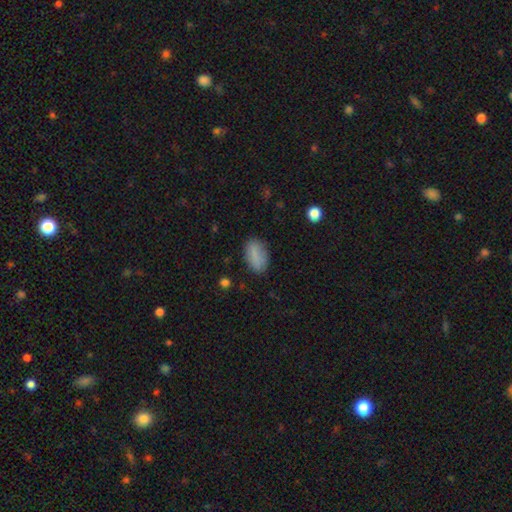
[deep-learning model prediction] This appears to be a smooth galaxy with no disk features (85%) that is in between round and cigar-shaped (91%). Merging: none (82%).